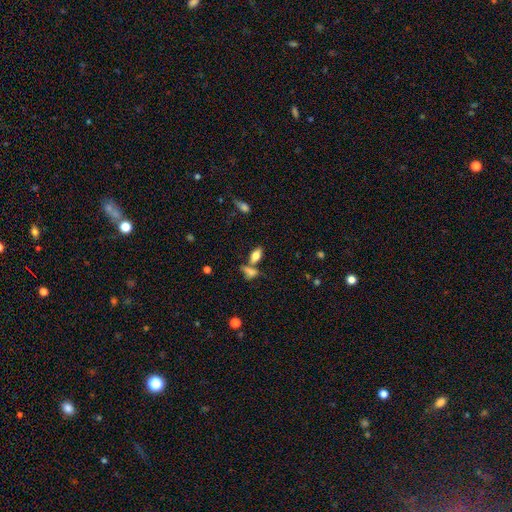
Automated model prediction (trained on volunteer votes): Smooth or featured? Predicted: smooth (p=0.72). How rounded? Predicted: in between (p=0.83). Merging? Predicted: none (p=0.53).